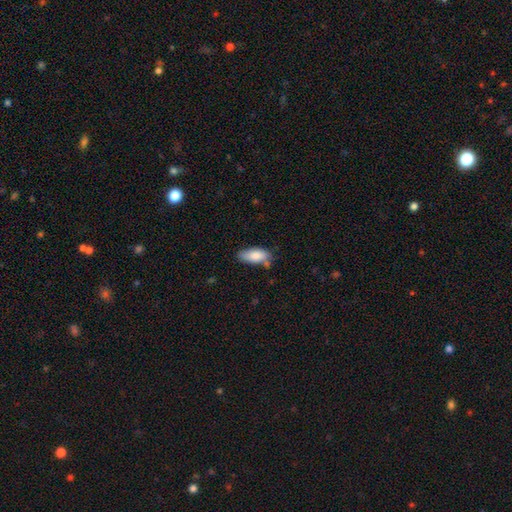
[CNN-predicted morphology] Smooth or featured? smooth (84%)
How rounded? in between (84%)
Merging? none (66%)